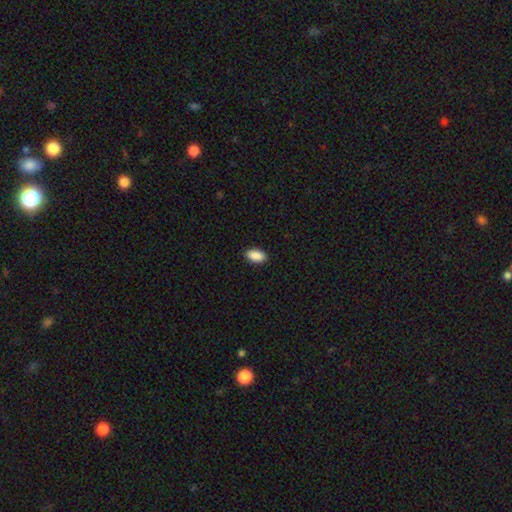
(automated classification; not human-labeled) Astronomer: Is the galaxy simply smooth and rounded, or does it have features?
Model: smooth — 90%.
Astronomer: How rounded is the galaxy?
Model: in between — 94%.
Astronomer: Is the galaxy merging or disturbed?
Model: none — 90%.